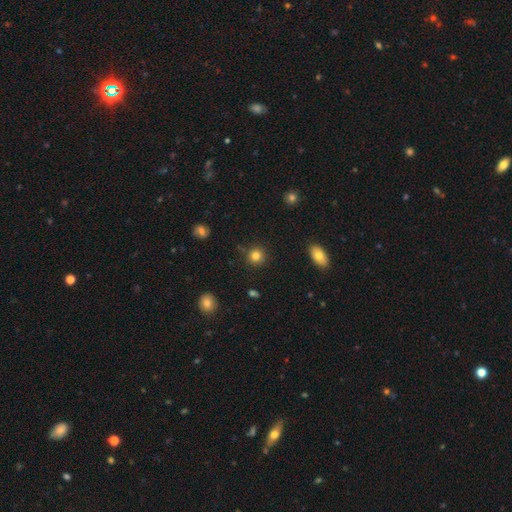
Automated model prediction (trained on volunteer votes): Smooth or featured? Predicted: smooth (p=0.83). How rounded? Predicted: round (p=0.92). Merging? Predicted: none (p=0.89).